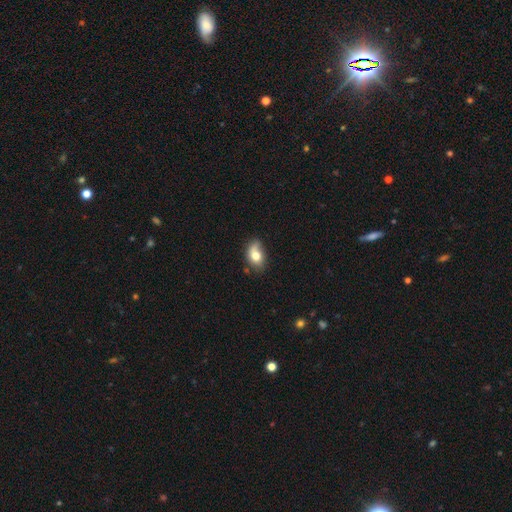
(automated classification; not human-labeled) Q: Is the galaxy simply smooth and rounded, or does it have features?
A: smooth — 71%.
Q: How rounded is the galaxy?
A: in between — 78%.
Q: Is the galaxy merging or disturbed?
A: none — 47%.